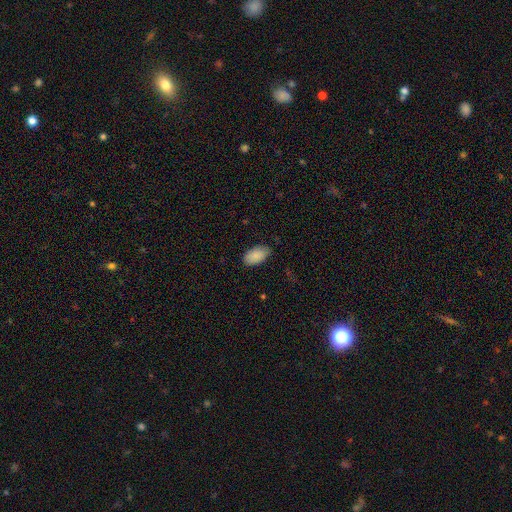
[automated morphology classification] Smooth or featured? smooth (89%)
How rounded? in between (95%)
Merging? none (80%)